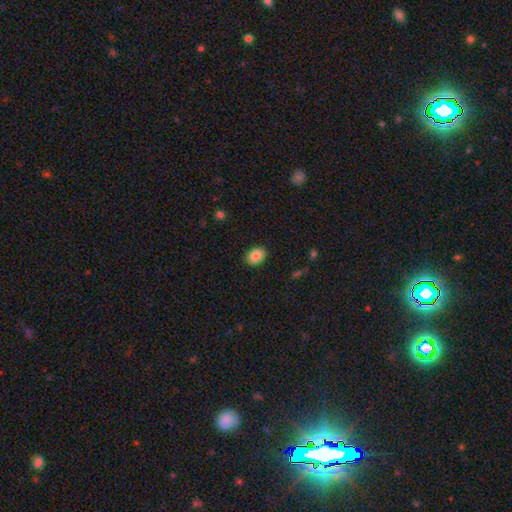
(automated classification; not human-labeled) smooth_or_featured: smooth (p=0.87) [alt: star or artifact p=0.08]
how_rounded: in between (p=0.72) [alt: round p=0.27]
merging: none (p=0.87) [alt: minor disturbance p=0.09]